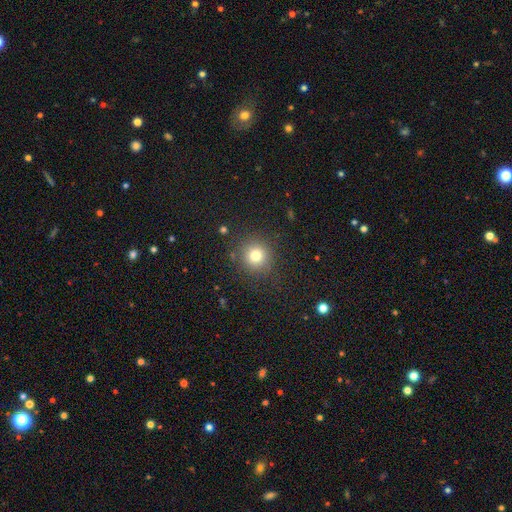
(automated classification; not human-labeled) smooth 77%, star or artifact 15%, featured or disk 8%. Down the decision tree: how rounded — round (92%); merging — none (86%).